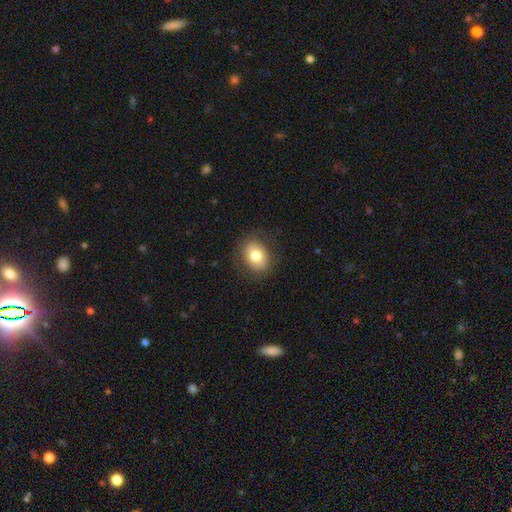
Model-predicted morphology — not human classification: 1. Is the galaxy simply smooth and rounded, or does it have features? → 78% smooth, 14% featured or disk, 8% star or artifact.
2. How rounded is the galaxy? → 50% in between, 49% round, 1% cigar-shaped.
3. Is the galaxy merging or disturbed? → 84% none, 11% minor disturbance, 4% major disturbance, 1% merger.